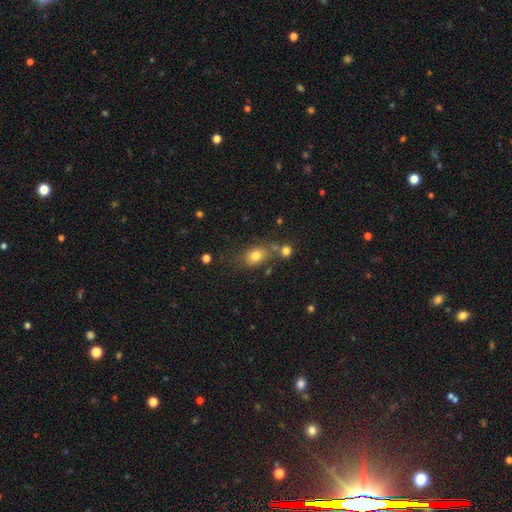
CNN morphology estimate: smooth-or-featured: smooth: 78% | star or artifact: 11% | featured or disk: 11%
  how-rounded: in between: 71% | round: 27% | cigar-shaped: 2%
  merging: none: 57% | merger: 19% | minor disturbance: 17% | major disturbance: 7%